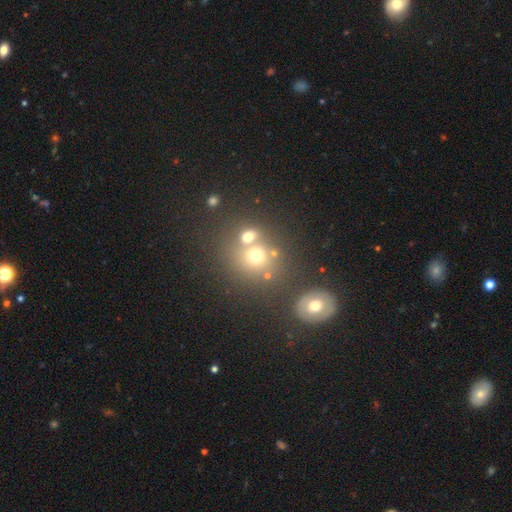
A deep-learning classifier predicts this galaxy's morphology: smooth 64%, star or artifact 21%, featured or disk 16%. Down the decision tree: how rounded — round (77%); merging — none (53%).